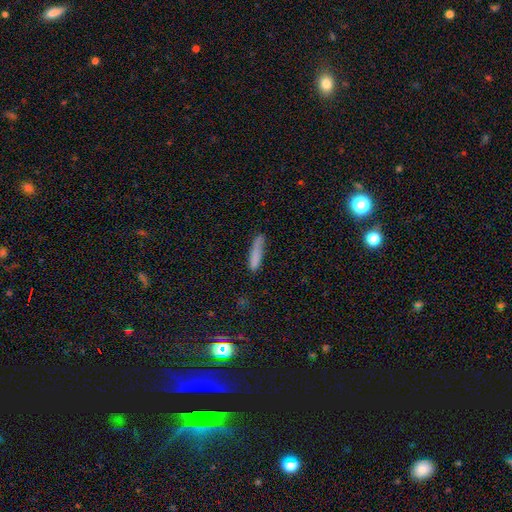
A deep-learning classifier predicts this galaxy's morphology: smooth_or_featured: smooth (p=0.80) [alt: featured or disk p=0.11]
how_rounded: cigar-shaped (p=0.84) [alt: in between p=0.15]
merging: none (p=0.67) [alt: minor disturbance p=0.23]